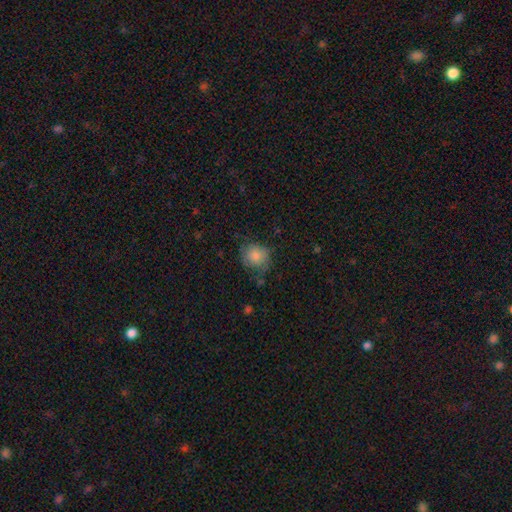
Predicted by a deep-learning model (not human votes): smooth 81%, featured or disk 11%, star or artifact 8%. Down the decision tree: how rounded — round (80%); merging — none (63%).